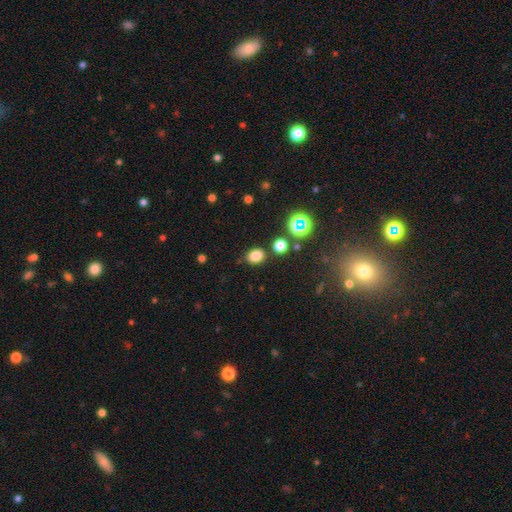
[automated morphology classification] This is likely a smooth galaxy (79%). How rounded: possibly in between (52%). Merging: clearly none (81%).